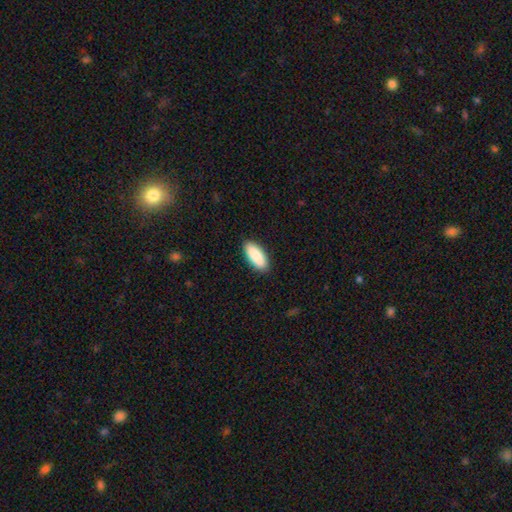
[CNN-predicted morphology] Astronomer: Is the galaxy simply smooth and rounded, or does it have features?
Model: smooth — 90%.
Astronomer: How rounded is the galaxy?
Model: in between — 83%.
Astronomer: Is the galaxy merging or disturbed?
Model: none — 89%.